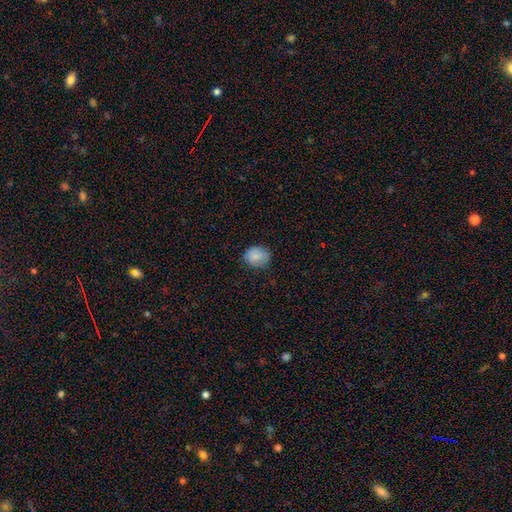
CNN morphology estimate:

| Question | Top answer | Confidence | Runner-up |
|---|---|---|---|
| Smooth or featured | smooth | 86% | star or artifact (8%) |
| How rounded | round | 56% | in between (43%) |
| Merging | none | 78% | minor disturbance (18%) |